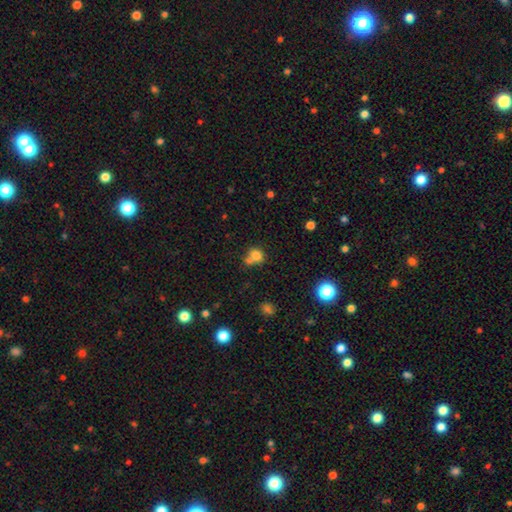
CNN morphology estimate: A smooth galaxy with no disk features (76%) that is round (61%). Merging: merger (43%).